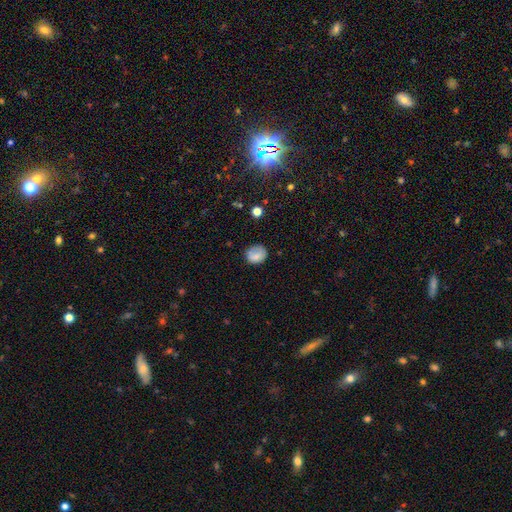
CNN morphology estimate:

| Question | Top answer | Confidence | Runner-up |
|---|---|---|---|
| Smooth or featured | smooth | 77% | featured or disk (14%) |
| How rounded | round | 64% | in between (35%) |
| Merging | none | 66% | minor disturbance (23%) |